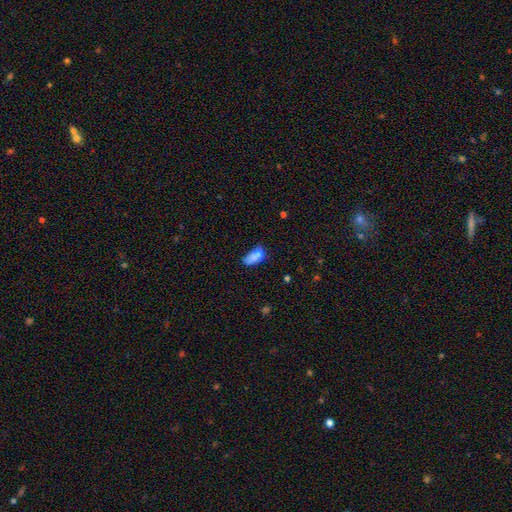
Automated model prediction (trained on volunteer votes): Overall: smooth (80%). How rounded: in between (86%). Merging: none (37%; minor disturbance 36%).